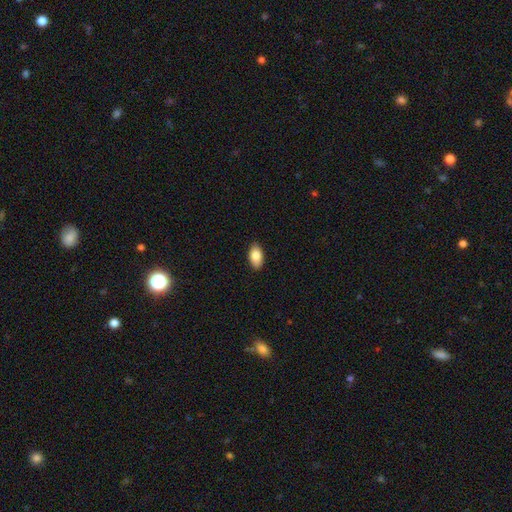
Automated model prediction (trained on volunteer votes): Smooth or featured? smooth (84%)
How rounded? in between (93%)
Merging? none (88%)